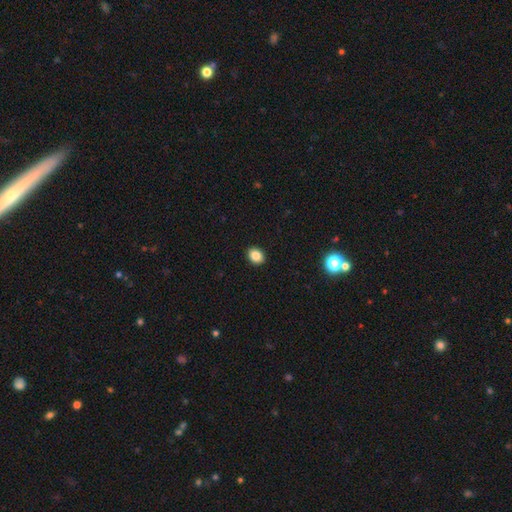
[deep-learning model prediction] Smooth or featured? Predicted: smooth (p=0.85). How rounded? Predicted: round (p=0.50). Merging? Predicted: none (p=0.92).